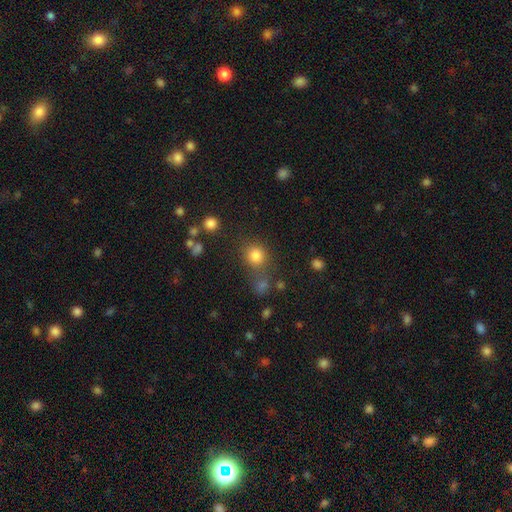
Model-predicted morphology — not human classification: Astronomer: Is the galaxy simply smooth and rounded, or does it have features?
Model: smooth — 81%.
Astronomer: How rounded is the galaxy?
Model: round — 85%.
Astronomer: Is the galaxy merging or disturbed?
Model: none — 65%.